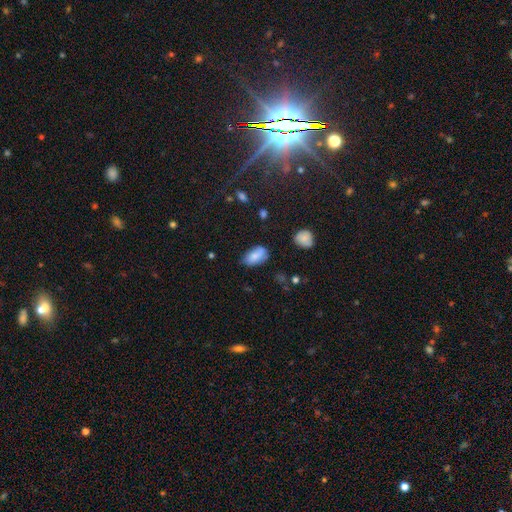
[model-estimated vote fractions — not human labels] smooth-or-featured: smooth: 81% | featured or disk: 11% | star or artifact: 8%
  how-rounded: in between: 93% | round: 4% | cigar-shaped: 3%
  merging: none: 57% | minor disturbance: 32% | major disturbance: 7% | merger: 3%